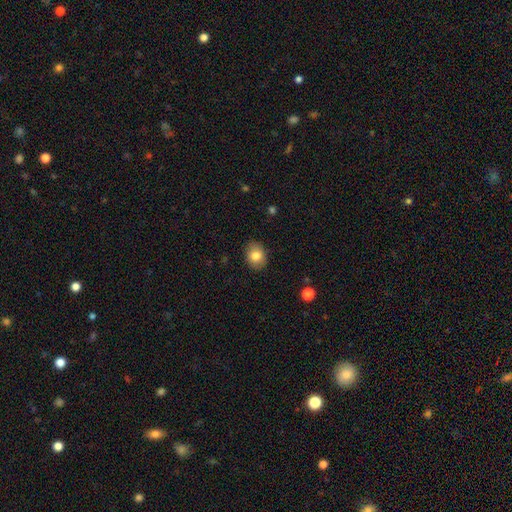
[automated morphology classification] Smooth or featured: smooth — 82% (featured or disk — 10%)
How rounded: in between — 59% (round — 40%)
Merging: none — 87% (minor disturbance — 10%)